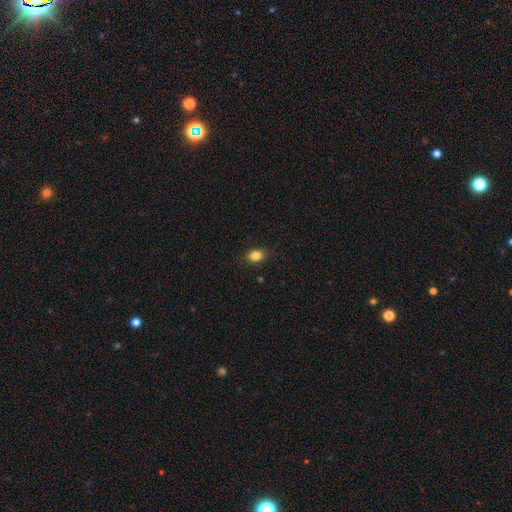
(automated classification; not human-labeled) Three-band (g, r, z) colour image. It shows a smooth galaxy with no disk features (84%) that is in between round and cigar-shaped (66%). Merging: none (88%).